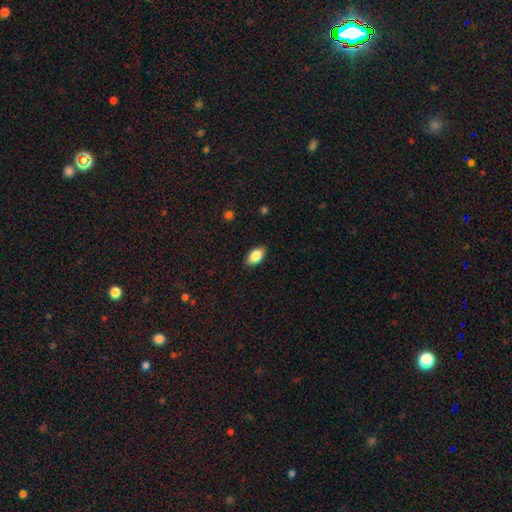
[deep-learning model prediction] Overall: smooth (84%). How rounded: in between (92%). Merging: none (87%).